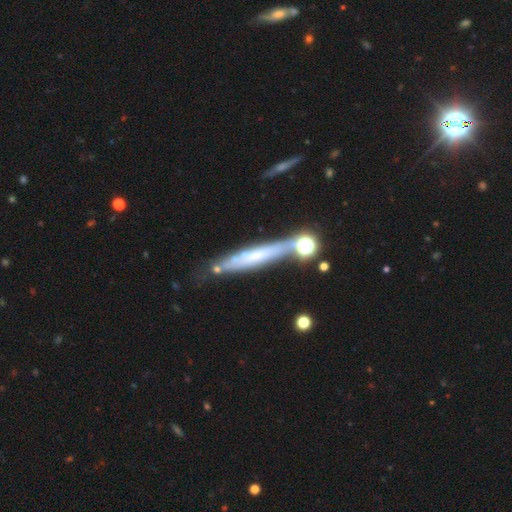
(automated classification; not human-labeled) The model was most divided on "smooth or featured": featured or disk: 55%, smooth: 35%, star or artifact: 10%. More confident: edge-on disk — yes (82%); merging — none (66%).